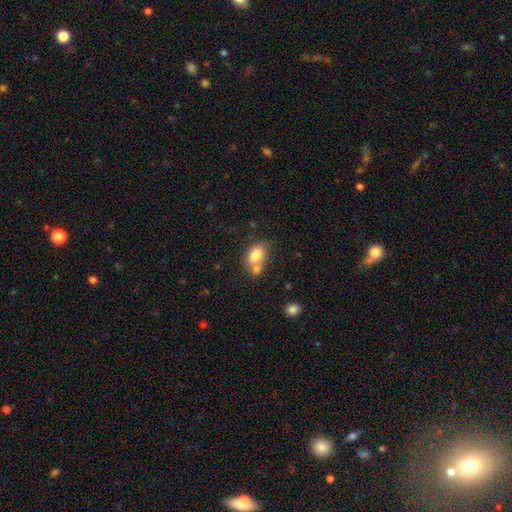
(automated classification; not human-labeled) Q: Smooth or featured?
A: smooth (77%); runner-up: featured or disk (15%)
Q: How rounded?
A: in between (84%); runner-up: round (13%)
Q: Merging?
A: merger (43%); runner-up: none (40%)